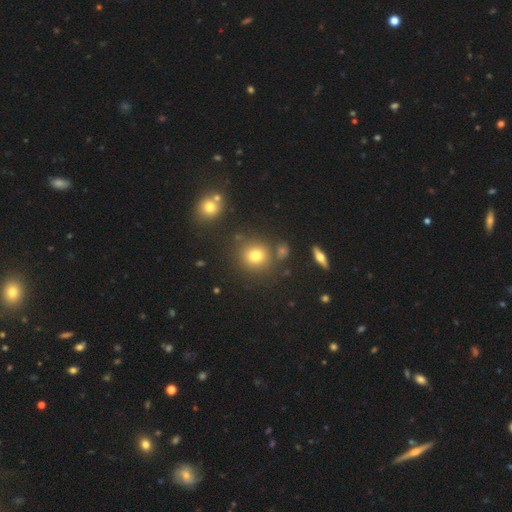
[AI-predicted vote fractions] Q: Smooth or featured?
A: smooth (74%); runner-up: star or artifact (16%)
Q: How rounded?
A: round (89%); runner-up: in between (10%)
Q: Merging?
A: none (81%); runner-up: minor disturbance (9%)